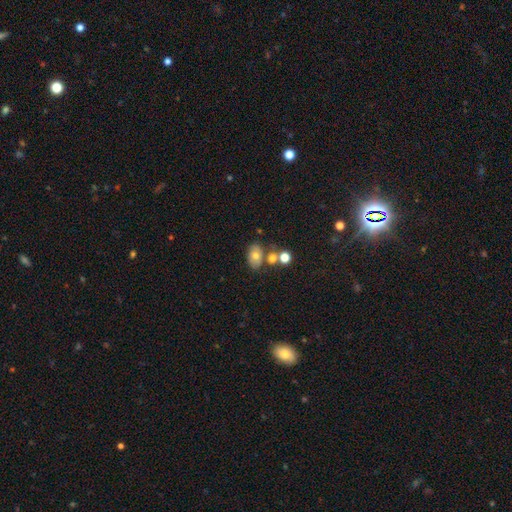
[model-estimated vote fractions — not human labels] Morphology: type=smooth (69%); roundness=in between (81%); merging=none (58%).